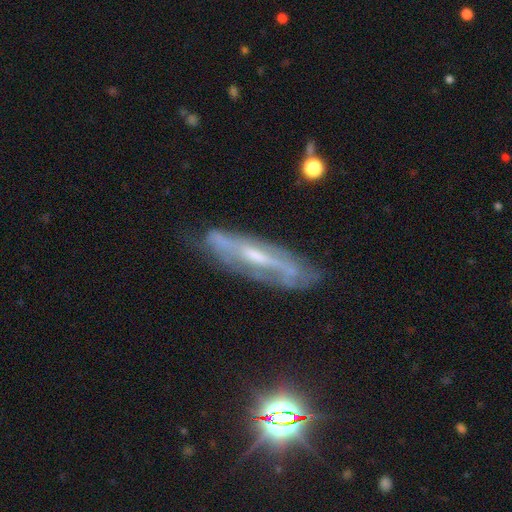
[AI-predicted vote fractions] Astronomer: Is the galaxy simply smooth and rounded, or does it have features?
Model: featured or disk — 74%.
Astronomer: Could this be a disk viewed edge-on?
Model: no — 62% (runner-up: yes, 38%).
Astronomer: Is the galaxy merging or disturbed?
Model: none — 71%.